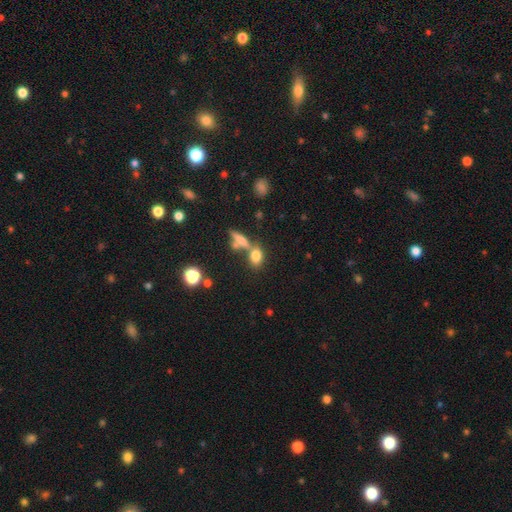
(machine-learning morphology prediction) Q: Smooth or featured?
A: smooth (77%); runner-up: star or artifact (12%)
Q: How rounded?
A: in between (74%); runner-up: round (17%)
Q: Merging?
A: none (49%); runner-up: merger (36%)